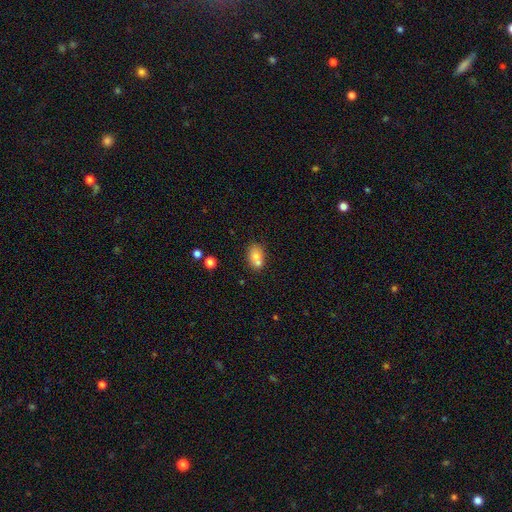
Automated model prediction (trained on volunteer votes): Smooth or featured?
  - smooth: 71% *
  - featured or disk: 18%
  - star or artifact: 11%
How rounded?
  - in between: 64% *
  - round: 34%
  - cigar-shaped: 2%
Merging?
  - merger: 45% *
  - none: 42%
  - minor disturbance: 10%
  - major disturbance: 3%